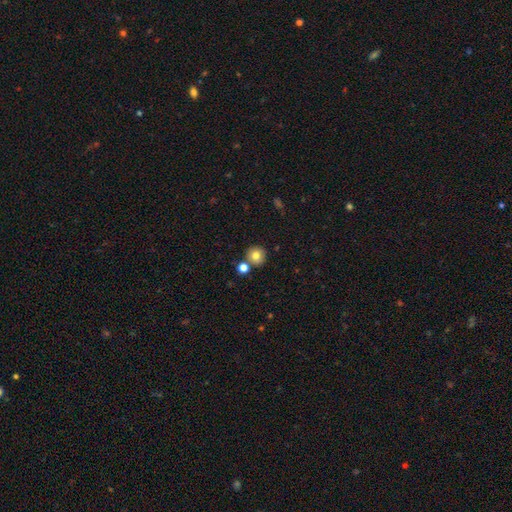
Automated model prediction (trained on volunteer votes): Morphology: type=smooth (78%); roundness=round (93%); merging=none (74%).